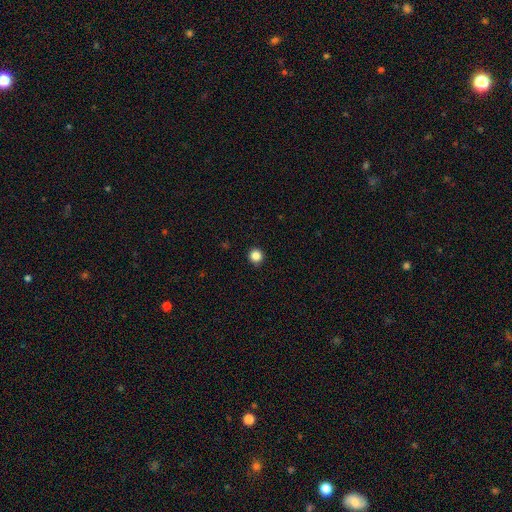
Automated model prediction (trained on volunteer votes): The model was most divided on "smooth or featured": smooth: 86%, star or artifact: 11%, featured or disk: 3%. More confident: how rounded — round (95%); merging — none (93%).